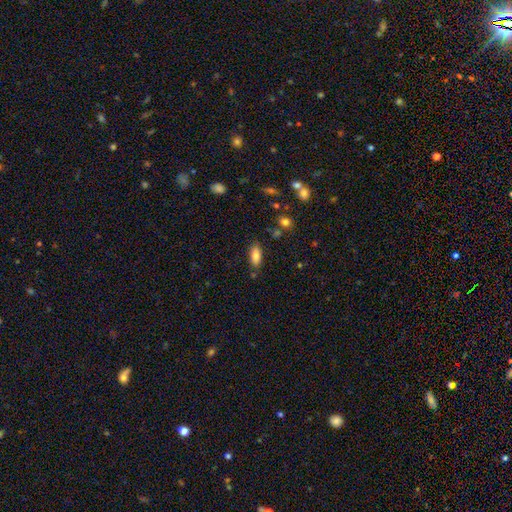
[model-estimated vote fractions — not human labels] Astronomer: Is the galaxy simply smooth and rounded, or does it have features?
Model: smooth — 83%.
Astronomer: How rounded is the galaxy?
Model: in between — 87%.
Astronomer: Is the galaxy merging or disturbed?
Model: none — 78%.